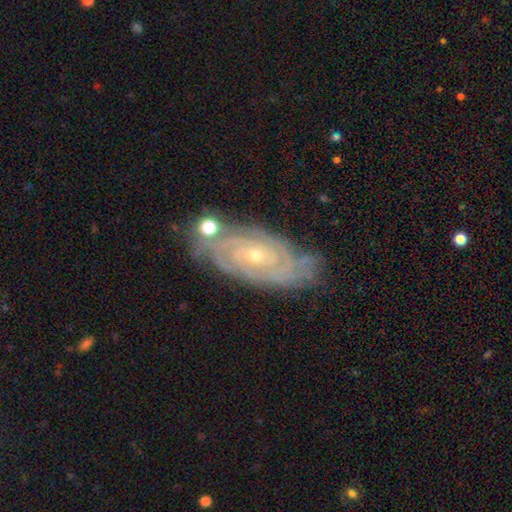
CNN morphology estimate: type=featured or disk (89%); edge-on=no (95%); bar=no (76%); spiral arms=yes (98%); winding=tight (83%); arm count=can't tell (24%); bulge=small (68%); merging=none (69%).